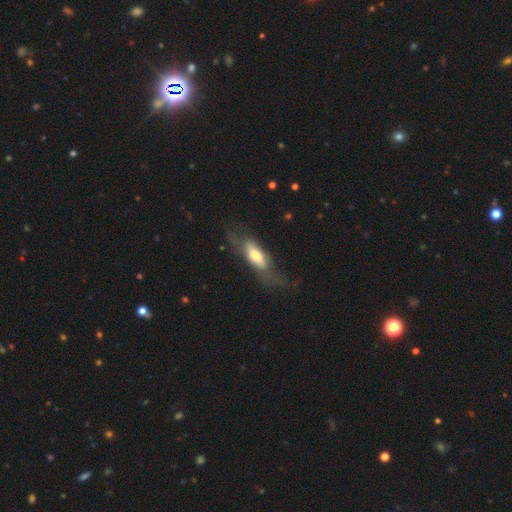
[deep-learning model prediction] Q: Smooth or featured?
A: smooth (53%); runner-up: featured or disk (41%)
Q: How rounded?
A: in between (66%); runner-up: cigar-shaped (31%)
Q: Merging?
A: none (53%); runner-up: minor disturbance (23%)